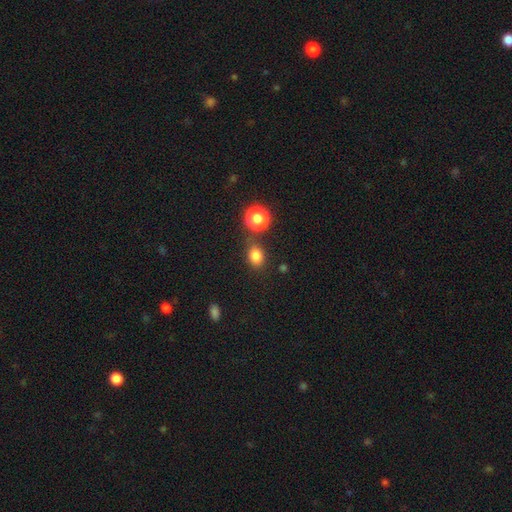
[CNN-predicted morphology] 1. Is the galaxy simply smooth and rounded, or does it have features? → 81% smooth, 14% star or artifact, 5% featured or disk.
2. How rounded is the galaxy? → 50% round, 49% in between, 1% cigar-shaped.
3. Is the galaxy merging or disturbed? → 73% none, 13% minor disturbance, 10% merger, 4% major disturbance.